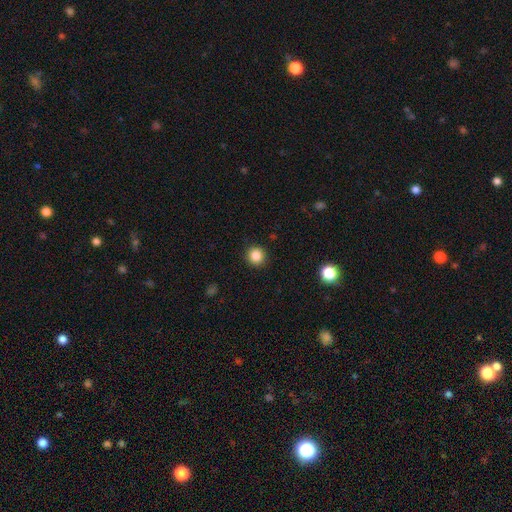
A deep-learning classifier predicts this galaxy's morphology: The model was most divided on "smooth or featured": smooth: 85%, star or artifact: 11%, featured or disk: 4%. More confident: how rounded — round (94%); merging — none (92%).